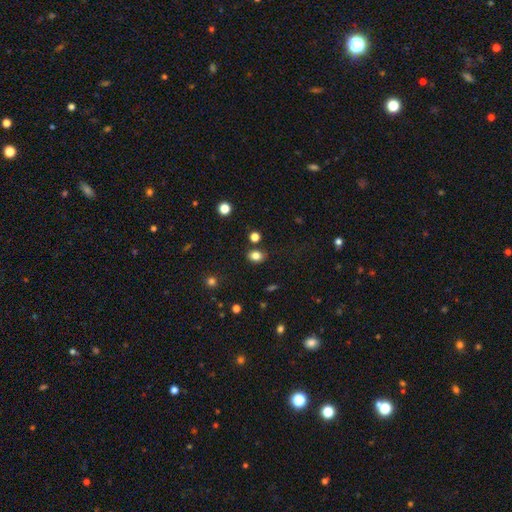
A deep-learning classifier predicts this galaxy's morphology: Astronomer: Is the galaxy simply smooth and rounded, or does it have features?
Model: smooth — 82%.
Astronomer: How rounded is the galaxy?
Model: in between — 63%.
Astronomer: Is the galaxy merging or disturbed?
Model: none — 81%.